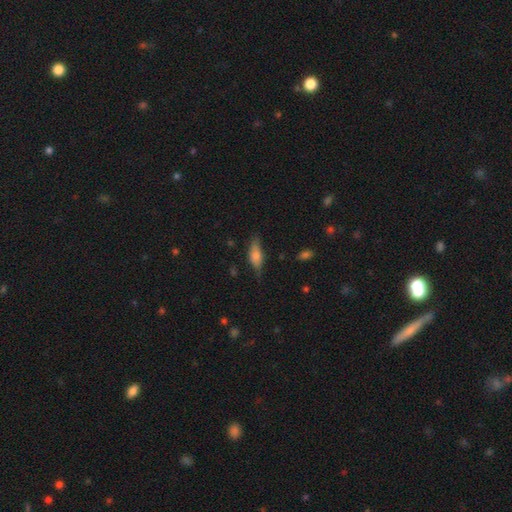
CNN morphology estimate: This appears to be a smooth galaxy with no disk features (64%) that is in between round and cigar-shaped (67%). Merging: none (65%).